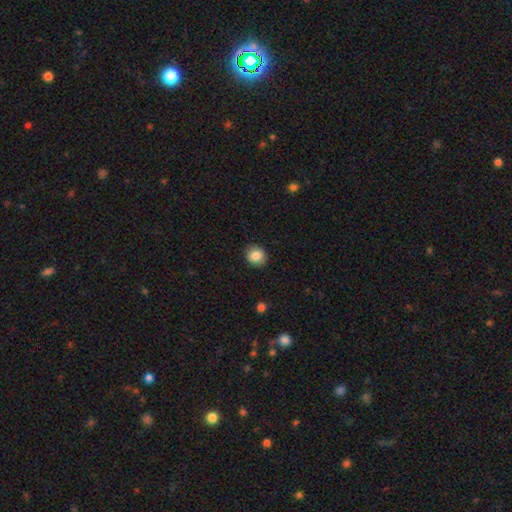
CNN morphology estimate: smooth_or_featured: smooth (p=0.85) [alt: star or artifact p=0.09]
how_rounded: round (p=0.77) [alt: in between p=0.22]
merging: none (p=0.89) [alt: minor disturbance p=0.08]